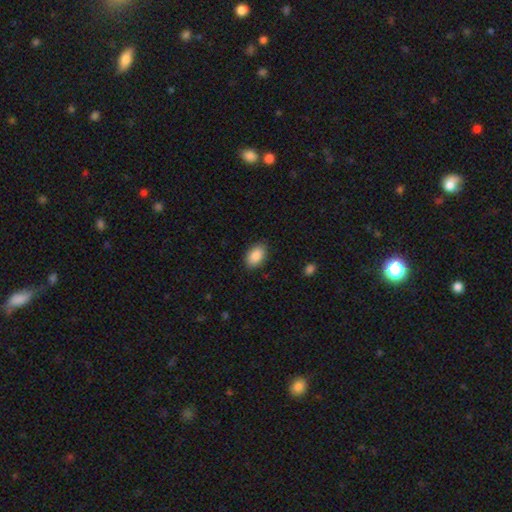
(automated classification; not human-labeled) smooth 89%, star or artifact 7%, featured or disk 4%. Down the decision tree: how rounded — in between (92%); merging — none (88%).